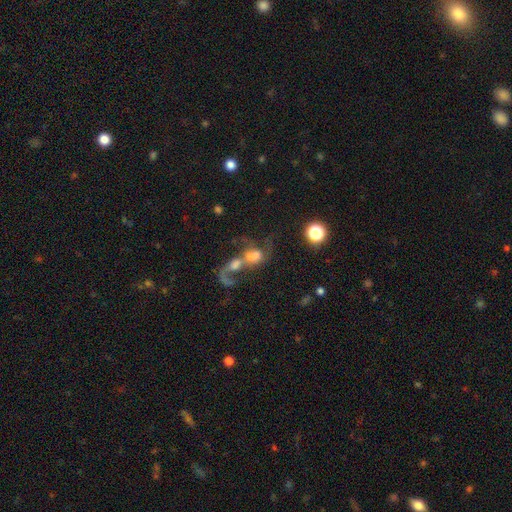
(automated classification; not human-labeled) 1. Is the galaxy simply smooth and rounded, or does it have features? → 46% smooth, 28% star or artifact, 26% featured or disk.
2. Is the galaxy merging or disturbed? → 48% merger, 32% none, 10% major disturbance, 10% minor disturbance.